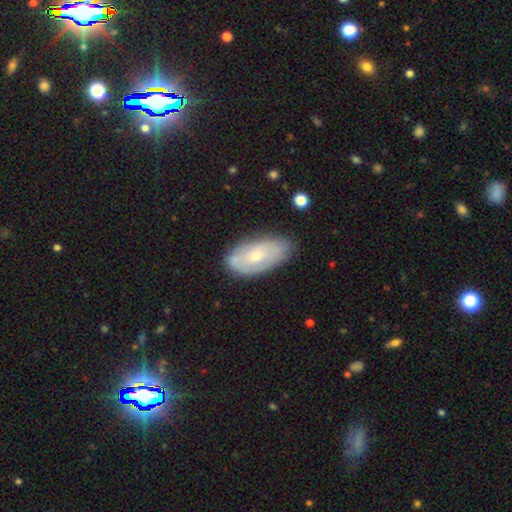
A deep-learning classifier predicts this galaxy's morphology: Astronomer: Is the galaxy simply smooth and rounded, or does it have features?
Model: featured or disk — 47% (runner-up: smooth, 46%).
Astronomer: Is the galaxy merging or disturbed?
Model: none — 67%.